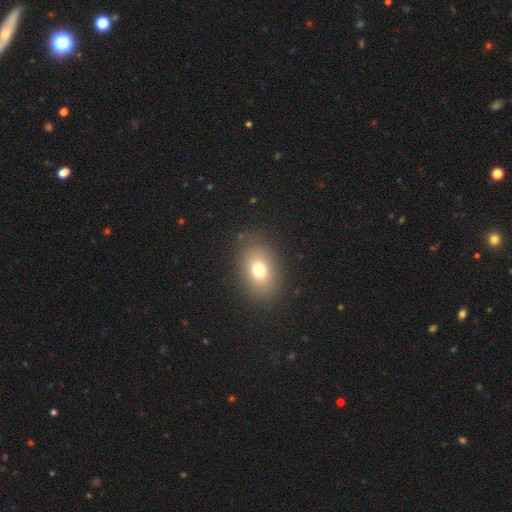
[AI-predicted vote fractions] This is likely a smooth galaxy (71%). How rounded: likely in between (75%). Merging: clearly none (89%).